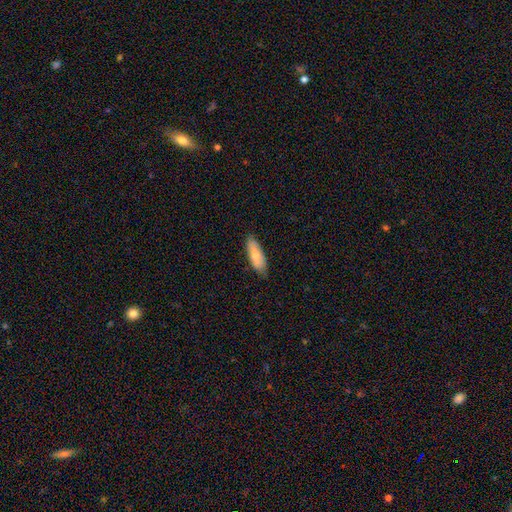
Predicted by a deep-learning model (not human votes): Smooth or featured: smooth — 74% (featured or disk — 20%)
How rounded: in between — 59% (cigar-shaped — 39%)
Merging: none — 81% (minor disturbance — 15%)